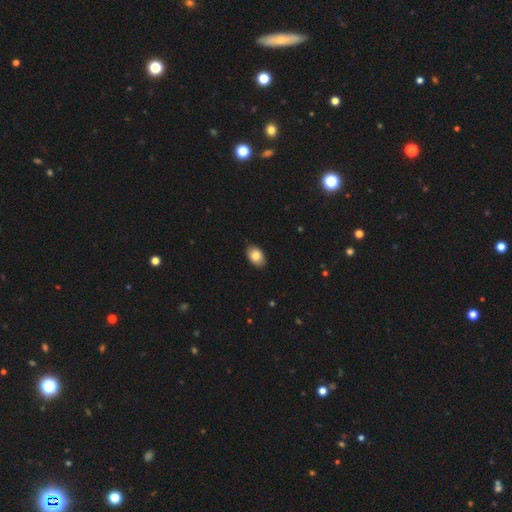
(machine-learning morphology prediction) Overall: smooth (84%). How rounded: in between (88%). Merging: none (86%).